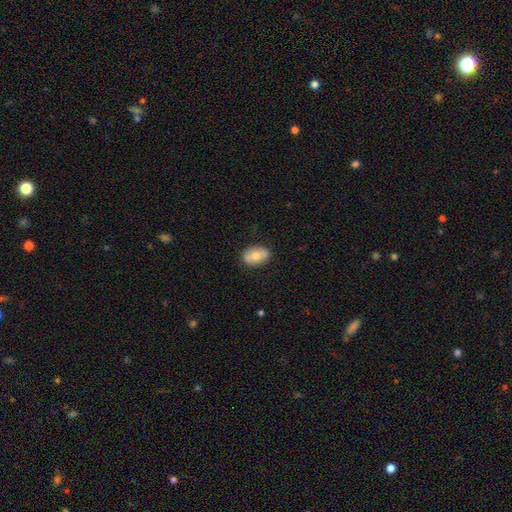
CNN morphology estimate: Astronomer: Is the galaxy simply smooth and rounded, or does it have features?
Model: smooth — 66%.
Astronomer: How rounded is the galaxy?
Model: in between — 83%.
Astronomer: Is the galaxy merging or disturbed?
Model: none — 83%.